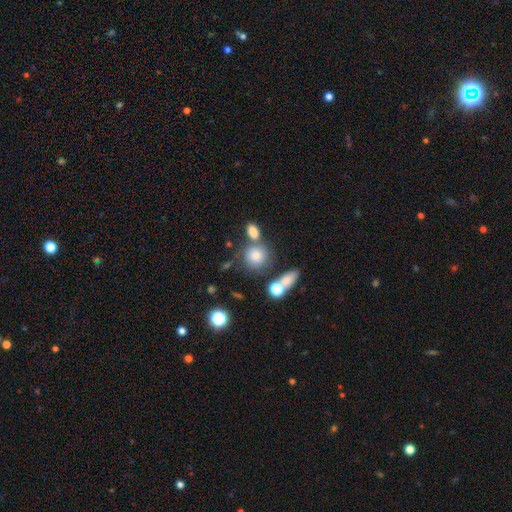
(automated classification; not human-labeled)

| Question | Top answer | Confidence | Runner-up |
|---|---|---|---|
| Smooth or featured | smooth | 75% | featured or disk (13%) |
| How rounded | round | 79% | in between (19%) |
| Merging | none | 53% | merger (27%) |